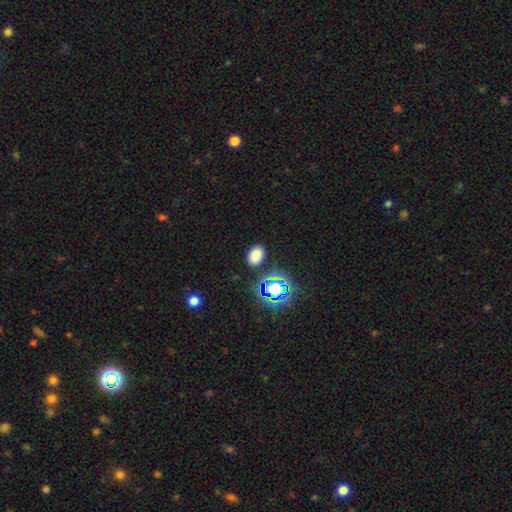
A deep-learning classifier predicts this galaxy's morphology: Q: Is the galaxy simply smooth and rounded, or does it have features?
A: smooth — 74%.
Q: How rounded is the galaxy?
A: in between — 79%.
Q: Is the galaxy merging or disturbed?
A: none — 86%.